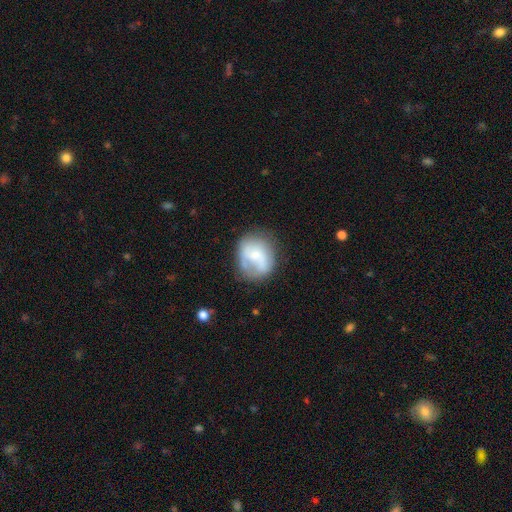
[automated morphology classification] Q: Smooth or featured?
A: smooth (51%); runner-up: featured or disk (42%)
Q: How rounded?
A: round (67%); runner-up: in between (32%)
Q: Merging?
A: none (52%); runner-up: minor disturbance (26%)